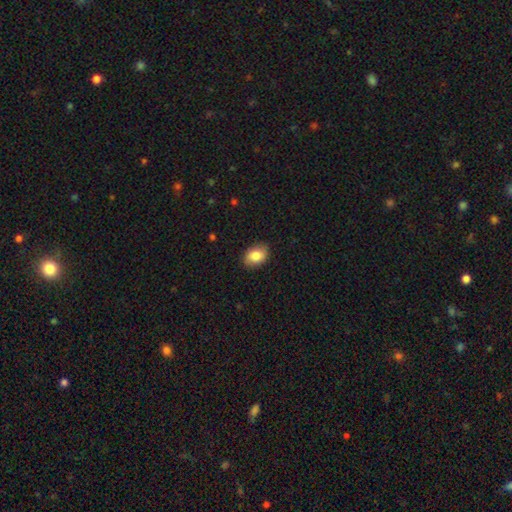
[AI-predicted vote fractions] A smooth galaxy with no disk features (84%) that is in between round and cigar-shaped (78%). Merging: none (85%).